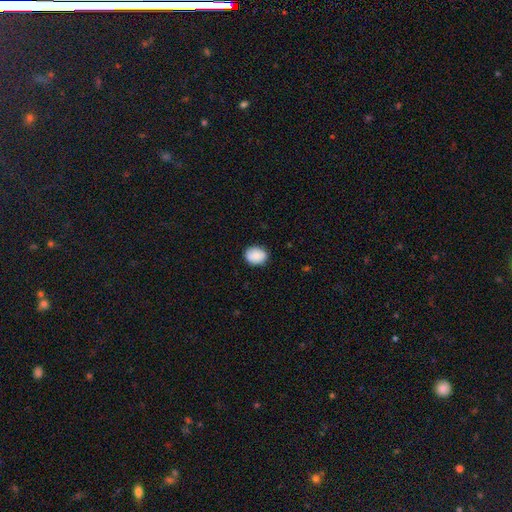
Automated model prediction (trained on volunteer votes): The model was most divided on "how rounded": round: 51%, in between: 48%, cigar-shaped: 1%. More confident: smooth or featured — smooth (88%); merging — none (87%).